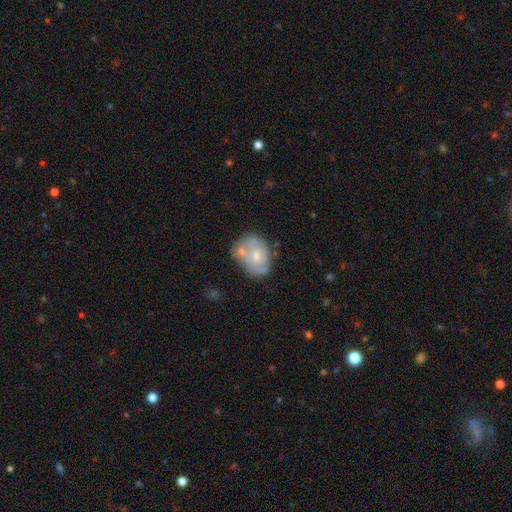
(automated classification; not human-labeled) smooth_or_featured: smooth (p=0.48) [alt: featured or disk p=0.44]
merging: none (p=0.38) [alt: minor disturbance p=0.26]